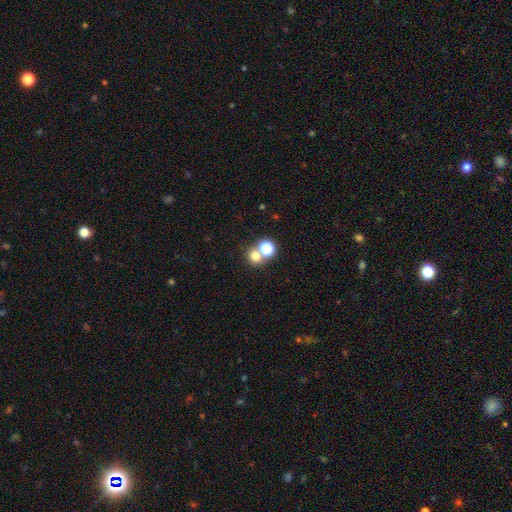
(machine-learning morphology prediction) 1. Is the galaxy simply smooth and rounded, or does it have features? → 72% smooth, 19% star or artifact, 9% featured or disk.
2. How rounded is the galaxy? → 83% round, 16% in between, 1% cigar-shaped.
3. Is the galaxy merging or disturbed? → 53% none, 38% merger, 6% minor disturbance, 3% major disturbance.